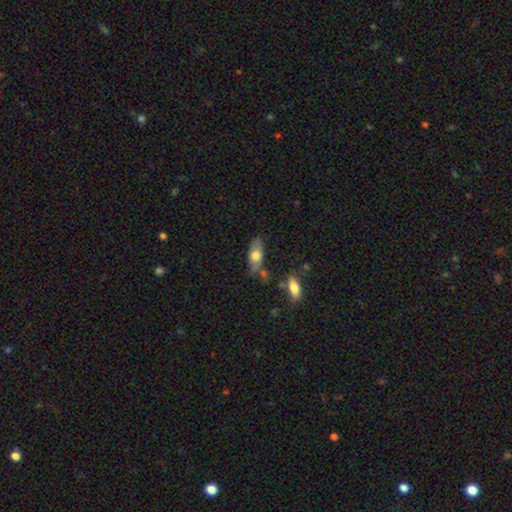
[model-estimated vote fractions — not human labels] A smooth galaxy with no disk features (67%) that is in between round and cigar-shaped (77%). Merging: none (66%).